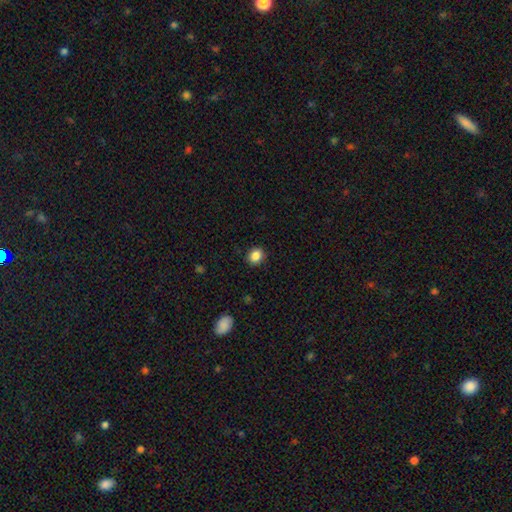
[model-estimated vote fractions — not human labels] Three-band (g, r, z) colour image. It shows a smooth galaxy with no disk features (86%) that is round (67%). Merging: none (90%).